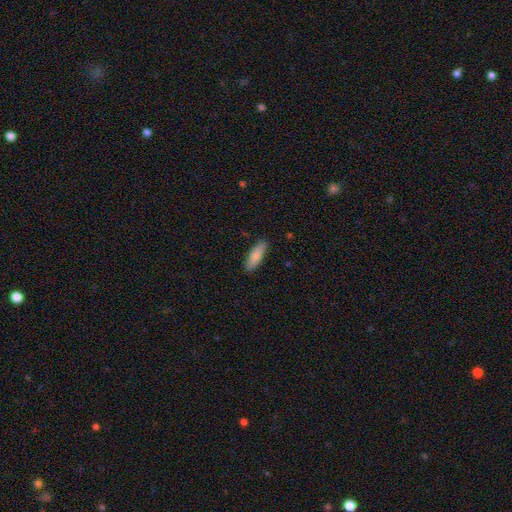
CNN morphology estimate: Overall: smooth (86%). How rounded: in between (52%; cigar-shaped 47%). Merging: none (87%).